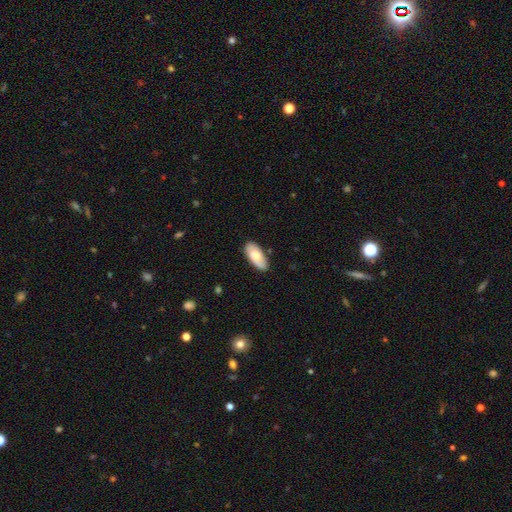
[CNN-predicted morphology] A smooth galaxy with no disk features (67%) that is in between round and cigar-shaped (90%). Merging: none (83%).